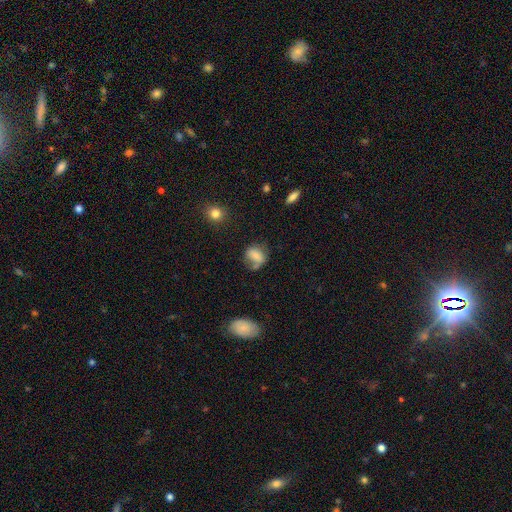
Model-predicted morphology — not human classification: A smooth galaxy with no disk features (69%) that is in between round and cigar-shaped (52%). Merging: none (42%).